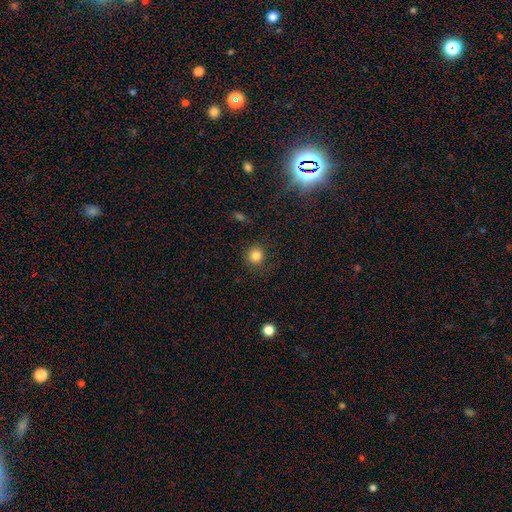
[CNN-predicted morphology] Smooth or featured: smooth — 83% (star or artifact — 12%)
How rounded: round — 92% (in between — 7%)
Merging: none — 87% (minor disturbance — 8%)